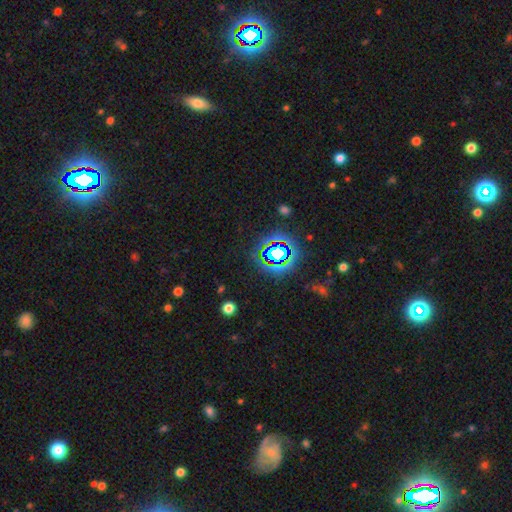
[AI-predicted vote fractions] Smooth or featured? star or artifact (79%)